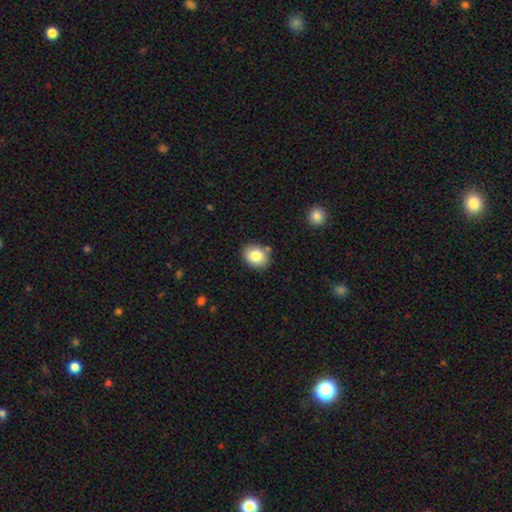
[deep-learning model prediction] A smooth galaxy with no disk features (83%) that is in between round and cigar-shaped (53%).

Vote fractions:
- Smooth or featured? smooth: 83% / featured or disk: 9% / star or artifact: 8%
- How rounded? in between: 53% / round: 46% / cigar-shaped: 1%
- Merging? none: 83% / minor disturbance: 11% / merger: 4% / major disturbance: 2%